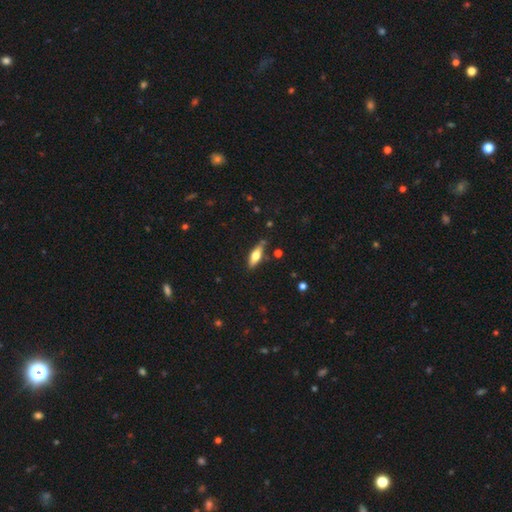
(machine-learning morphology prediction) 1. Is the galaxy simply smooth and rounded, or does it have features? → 61% smooth, 33% featured or disk, 7% star or artifact.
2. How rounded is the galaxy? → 59% in between, 38% cigar-shaped, 2% round.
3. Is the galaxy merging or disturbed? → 78% none, 15% minor disturbance, 4% merger, 3% major disturbance.